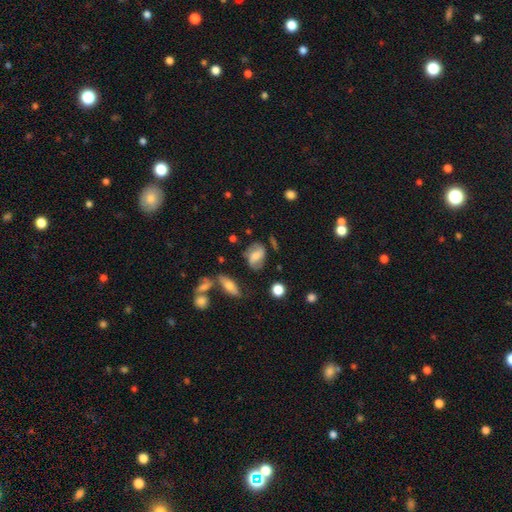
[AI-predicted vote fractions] Smooth or featured?
  - featured or disk: 52% *
  - smooth: 39%
  - star or artifact: 9%
Edge-on disk?
  - no: 94% *
  - yes: 6%
Merging?
  - none: 67% *
  - minor disturbance: 21%
  - major disturbance: 9%
  - merger: 4%